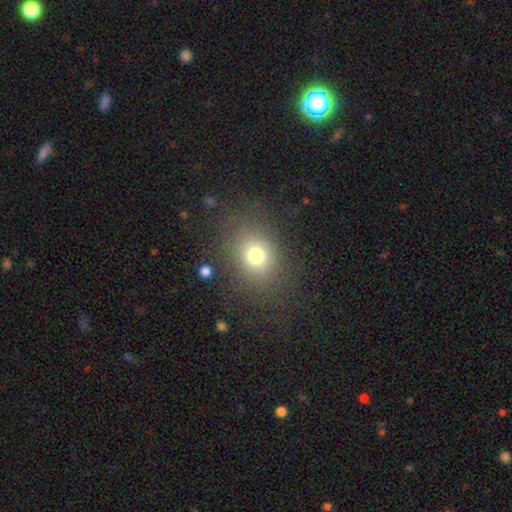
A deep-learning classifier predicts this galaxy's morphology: smooth_or_featured: smooth (p=0.73) [alt: star or artifact p=0.16]
how_rounded: round (p=0.56) [alt: in between p=0.43]
merging: none (p=0.81) [alt: minor disturbance p=0.10]